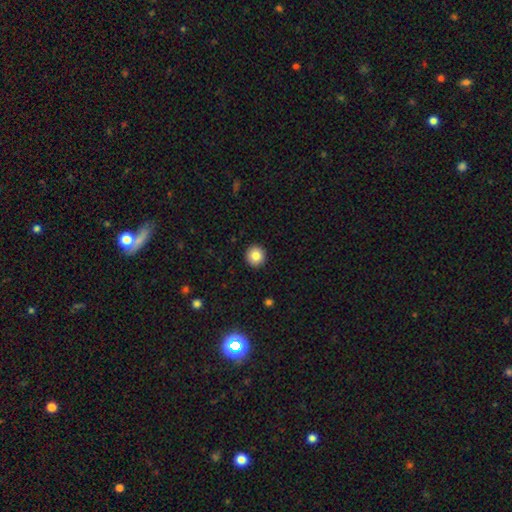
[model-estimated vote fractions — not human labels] smooth-or-featured: smooth: 84% | star or artifact: 10% | featured or disk: 7%
  how-rounded: round: 94% | in between: 5% | cigar-shaped: 1%
  merging: none: 93% | minor disturbance: 5% | major disturbance: 2% | merger: 1%